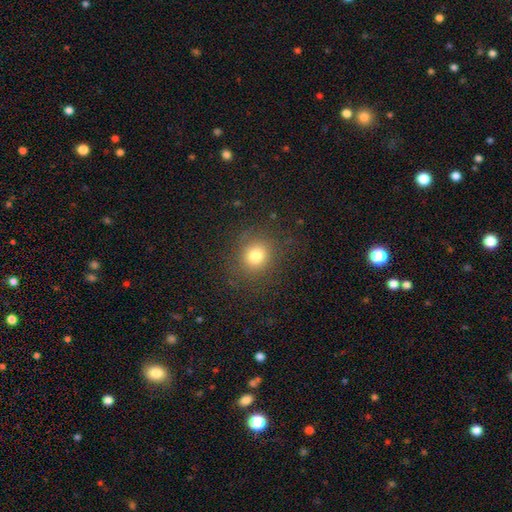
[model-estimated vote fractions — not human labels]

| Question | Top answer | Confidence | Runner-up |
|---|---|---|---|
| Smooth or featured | smooth | 78% | star or artifact (14%) |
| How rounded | round | 85% | in between (14%) |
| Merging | none | 85% | minor disturbance (9%) |